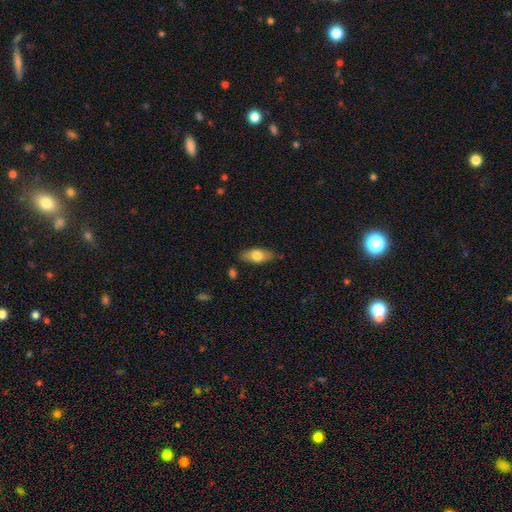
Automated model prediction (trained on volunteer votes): Q: Smooth or featured?
A: smooth (68%); runner-up: featured or disk (25%)
Q: How rounded?
A: in between (81%); runner-up: cigar-shaped (15%)
Q: Merging?
A: none (79%); runner-up: minor disturbance (15%)